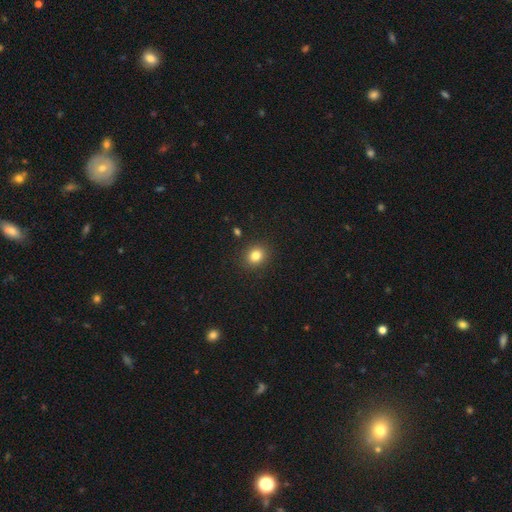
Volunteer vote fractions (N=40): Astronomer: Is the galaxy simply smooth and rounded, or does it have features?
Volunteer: smooth — 78%.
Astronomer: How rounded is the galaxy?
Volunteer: round — 71%.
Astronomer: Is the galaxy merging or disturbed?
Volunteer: none — 86%.